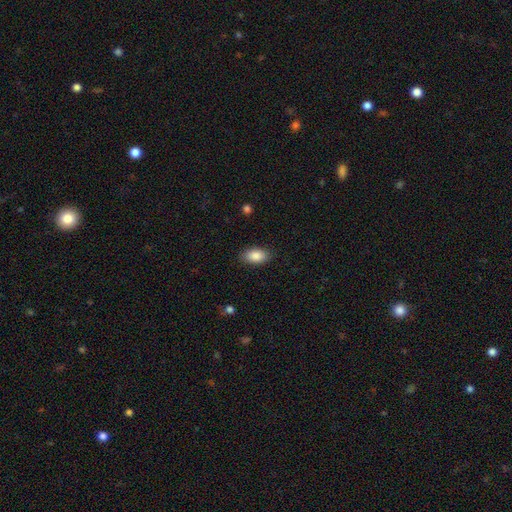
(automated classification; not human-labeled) Morphology: type=smooth (88%); roundness=in between (92%); merging=none (87%).